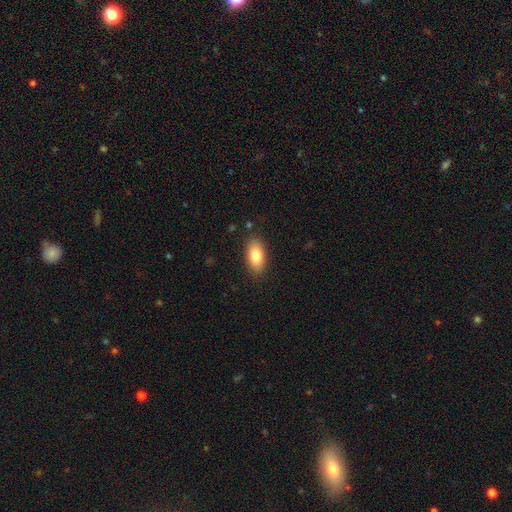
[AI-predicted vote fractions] smooth-or-featured: smooth: 82% | featured or disk: 11% | star or artifact: 7%
  how-rounded: in between: 91% | cigar-shaped: 5% | round: 4%
  merging: none: 86% | minor disturbance: 10% | major disturbance: 2% | merger: 1%